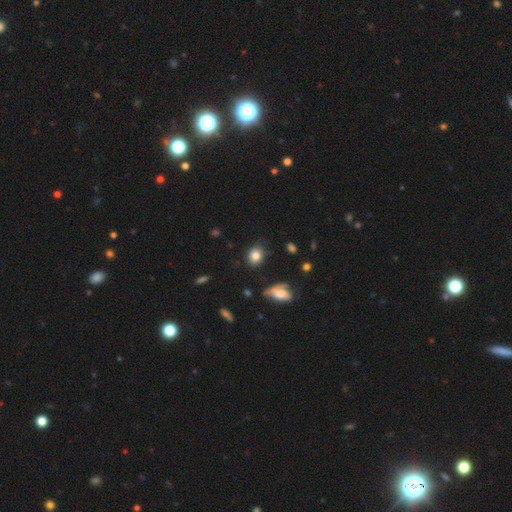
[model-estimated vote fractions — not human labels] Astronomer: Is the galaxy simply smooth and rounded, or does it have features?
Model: smooth — 82%.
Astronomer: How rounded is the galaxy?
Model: round — 55% (runner-up: in between, 43%).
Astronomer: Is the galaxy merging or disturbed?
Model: none — 70%.